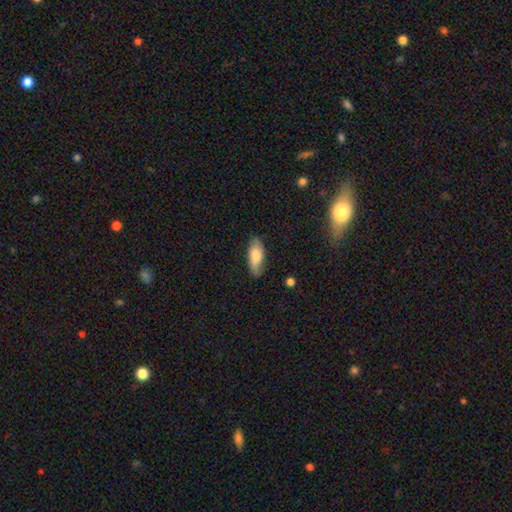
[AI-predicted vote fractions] Smooth or featured?
  - smooth: 80% *
  - featured or disk: 14%
  - star or artifact: 6%
How rounded?
  - in between: 78% *
  - cigar-shaped: 20%
  - round: 2%
Merging?
  - none: 77% *
  - minor disturbance: 18%
  - major disturbance: 4%
  - merger: 1%